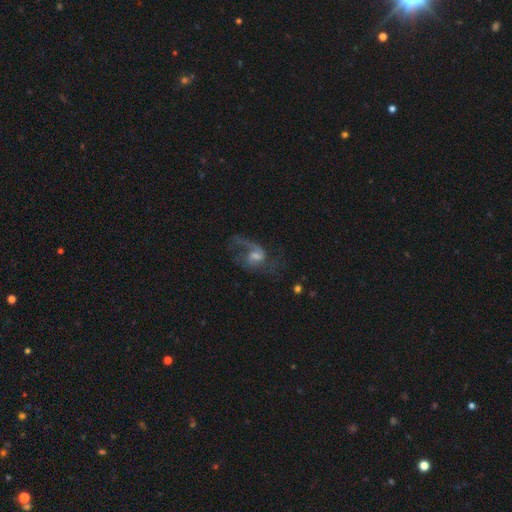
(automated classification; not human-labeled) A featured or disk galaxy (76%) with a weak bar (47%), 2 (66%) loose (60%) spiral arms (90%) and a moderate central bulge (41%). Merging: none (51%).